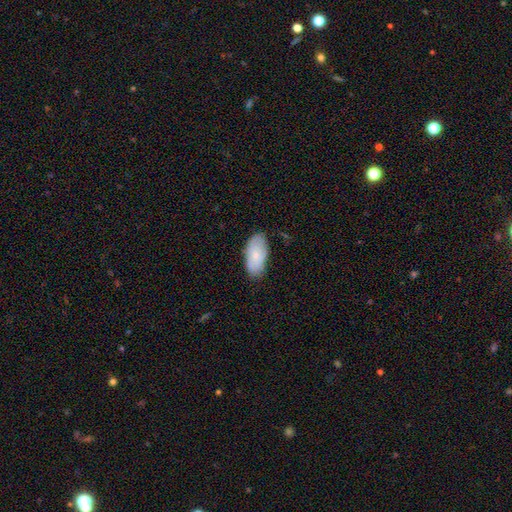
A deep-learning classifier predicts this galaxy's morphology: Smooth or featured? Predicted: smooth (p=0.72). How rounded? Predicted: in between (p=0.94). Merging? Predicted: none (p=0.76).